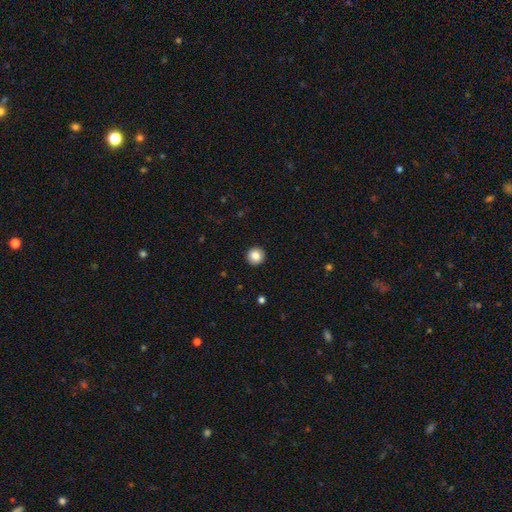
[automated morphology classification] Overall: smooth (84%). How rounded: round (95%). Merging: none (93%).